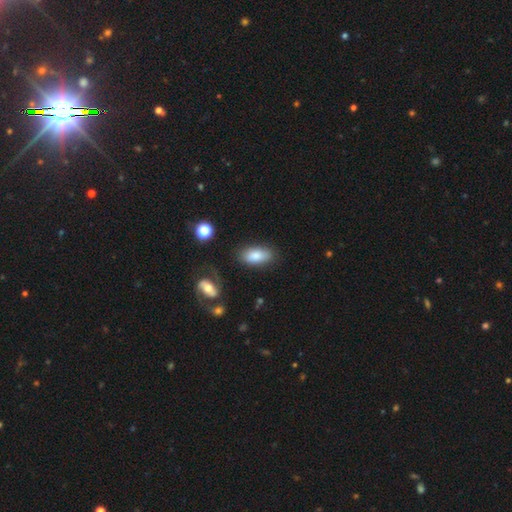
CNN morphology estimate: type=smooth (82%); roundness=in between (89%); merging=none (78%).